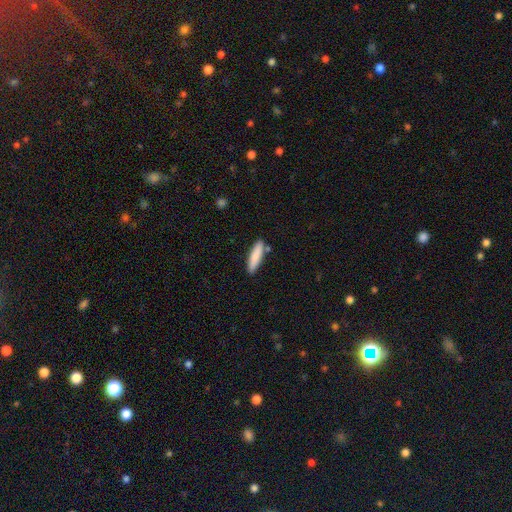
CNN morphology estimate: This is clearly a smooth galaxy (84%). How rounded: likely cigar-shaped (73%). Merging: clearly none (81%).